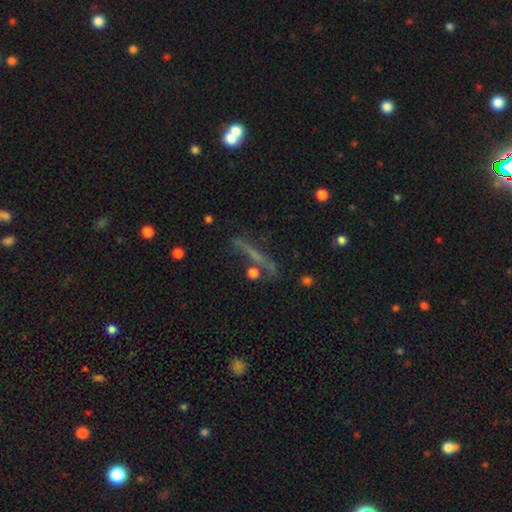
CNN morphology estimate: Overall: featured or disk (49%; smooth 32%). Merging: none (67%).